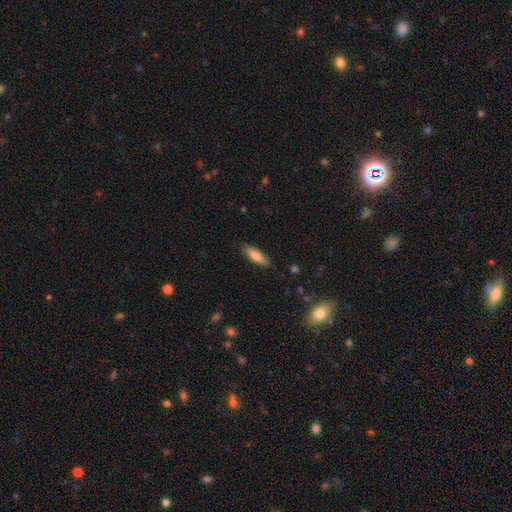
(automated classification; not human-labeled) Morphology: type=smooth (77%); roundness=cigar-shaped (56%); merging=none (86%).